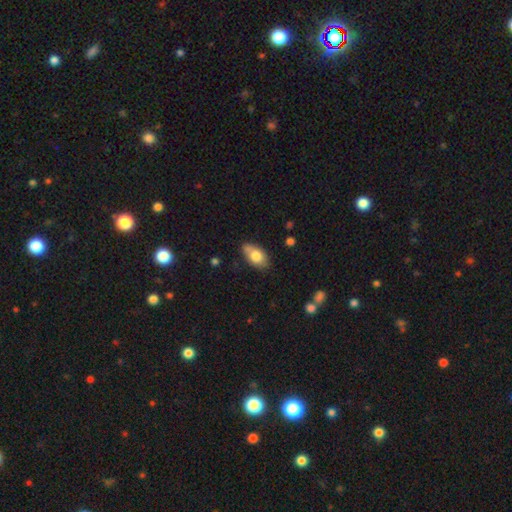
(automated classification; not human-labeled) smooth_or_featured: smooth (p=0.77) [alt: featured or disk p=0.17]
how_rounded: in between (p=0.91) [alt: round p=0.06]
merging: none (p=0.72) [alt: minor disturbance p=0.21]